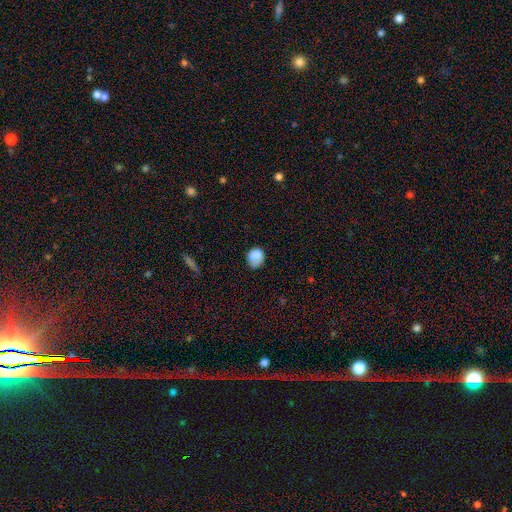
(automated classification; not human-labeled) Morphology: type=smooth (82%); roundness=round (62%); merging=none (59%).